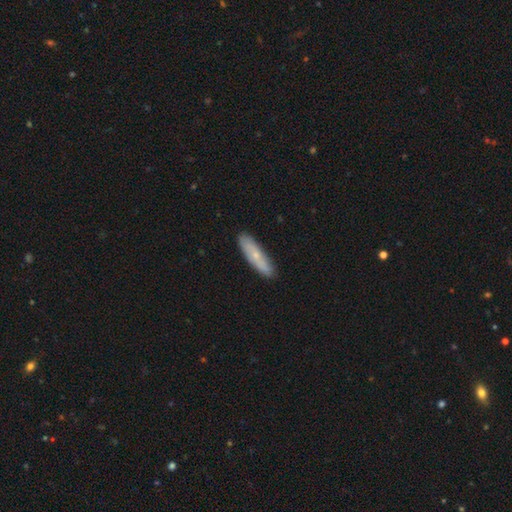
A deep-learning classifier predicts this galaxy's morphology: Smooth or featured? smooth (60%)
How rounded? cigar-shaped (73%)
Merging? none (88%)